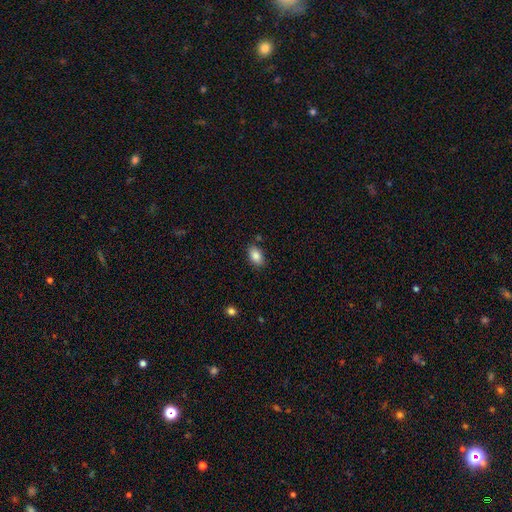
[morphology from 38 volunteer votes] A smooth galaxy with no disk features (89%) that is in between round and cigar-shaped (94%).

Vote fractions:
- Smooth or featured? smooth: 89% / star or artifact: 8% / featured or disk: 3%
- How rounded? in between: 94% / round: 6% / cigar-shaped: 0%
- Merging? none: 83% / minor disturbance: 14% / merger: 3% / major disturbance: 0%